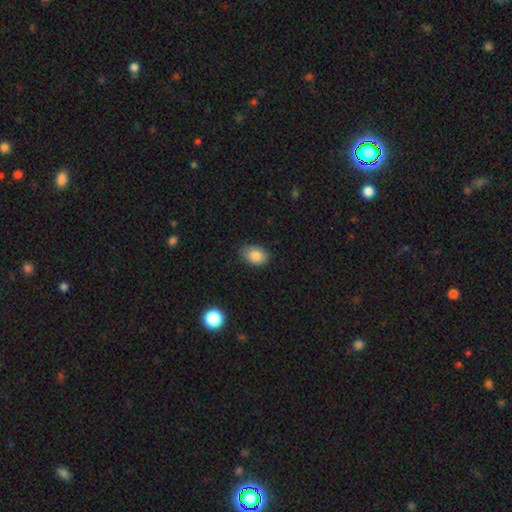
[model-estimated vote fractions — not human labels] Smooth or featured? smooth (86%)
How rounded? in between (83%)
Merging? none (78%)